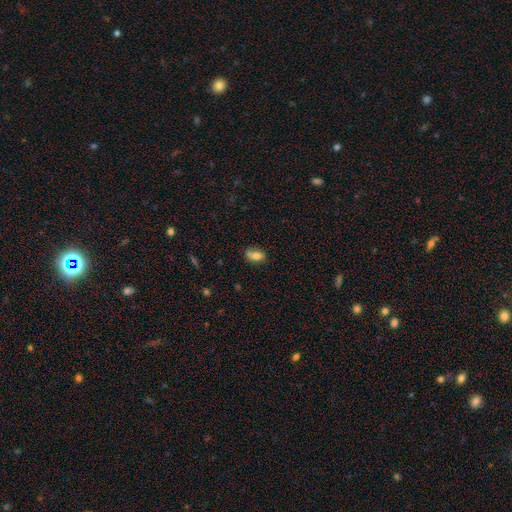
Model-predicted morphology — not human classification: This appears to be a smooth galaxy with no disk features (71%) that is in between round and cigar-shaped (82%). Merging: none (57%).